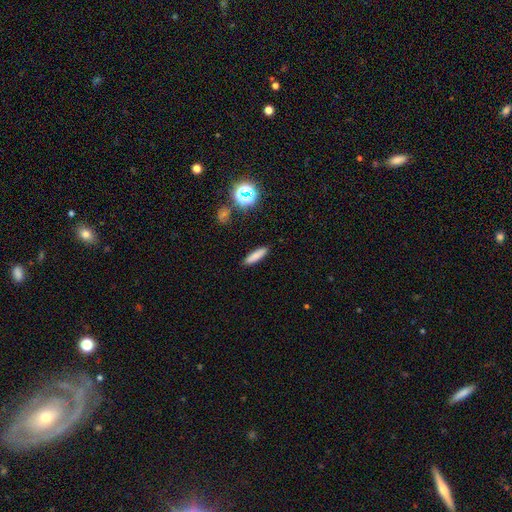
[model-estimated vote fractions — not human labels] The model was most divided on "how rounded": cigar-shaped: 74%, in between: 23%, round: 2%. More confident: merging — none (89%); smooth or featured — smooth (80%).